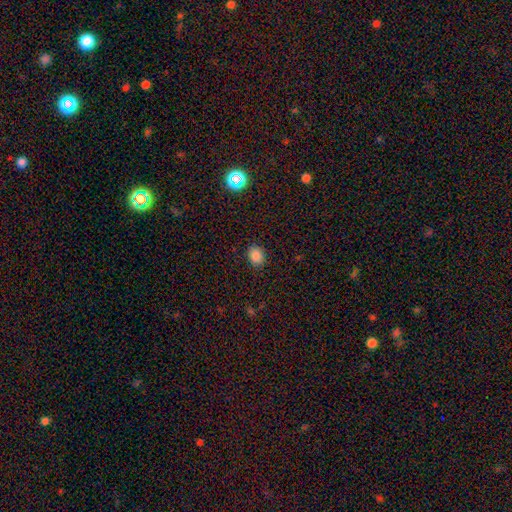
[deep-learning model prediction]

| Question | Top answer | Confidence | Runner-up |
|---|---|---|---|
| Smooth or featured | smooth | 85% | star or artifact (12%) |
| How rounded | round | 52% | in between (47%) |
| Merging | none | 88% | minor disturbance (9%) |